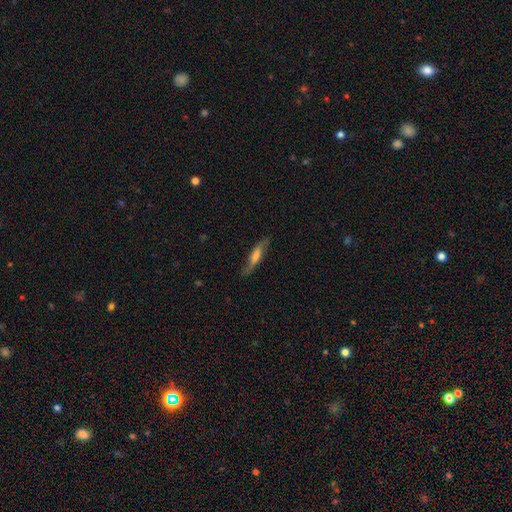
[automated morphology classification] This is likely a featured or disk galaxy (65%). It is possibly viewed edge-on (54%). Merging: likely none (75%).